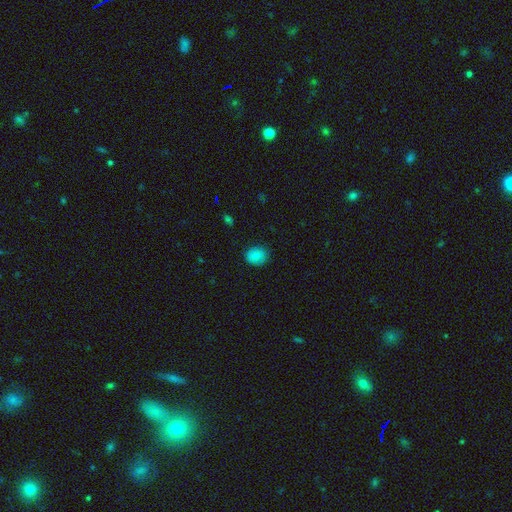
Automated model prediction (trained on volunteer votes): A smooth galaxy with no disk features (84%) that is round (56%).

Vote fractions:
- Smooth or featured? smooth: 84% / star or artifact: 9% / featured or disk: 6%
- How rounded? round: 56% / in between: 43% / cigar-shaped: 1%
- Merging? none: 85% / minor disturbance: 11% / major disturbance: 2% / merger: 1%